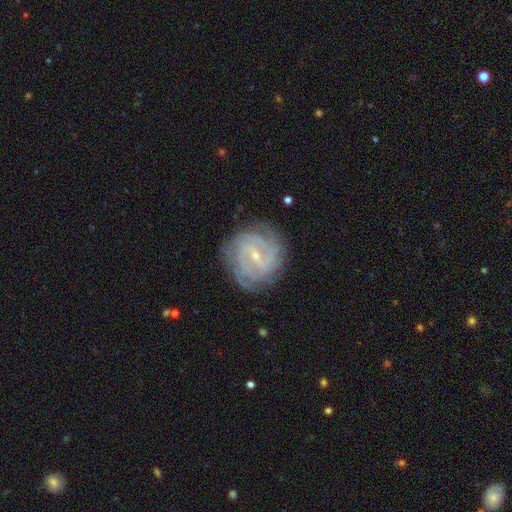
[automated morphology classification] smooth_or_featured: featured or disk (p=0.86) [alt: smooth p=0.08]
disk_edge_on: no (p=0.97) [alt: yes p=0.03]
bar: weak (p=0.54) [alt: strong p=0.25]
has_spiral_arms: yes (p=0.96) [alt: no p=0.04]
spiral_winding: tight (p=0.67) [alt: medium p=0.27]
spiral_arm_count: can't tell (p=0.28) [alt: 2 p=0.23]
bulge_size: small (p=0.77) [alt: moderate p=0.19]
merging: none (p=0.79) [alt: minor disturbance p=0.15]